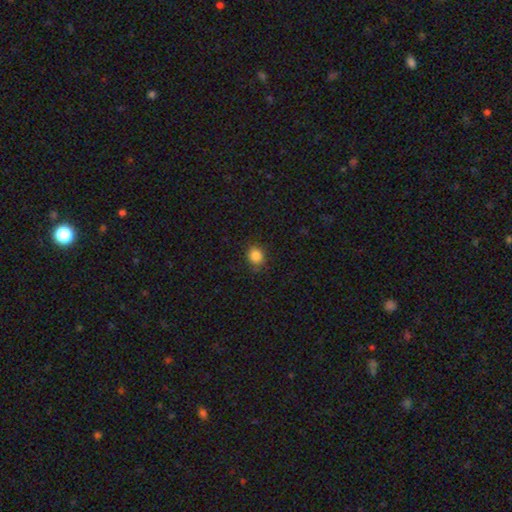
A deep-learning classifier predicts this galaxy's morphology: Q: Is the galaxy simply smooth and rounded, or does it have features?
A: smooth — 85%.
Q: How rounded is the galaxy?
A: round — 69%.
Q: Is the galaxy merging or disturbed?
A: none — 84%.